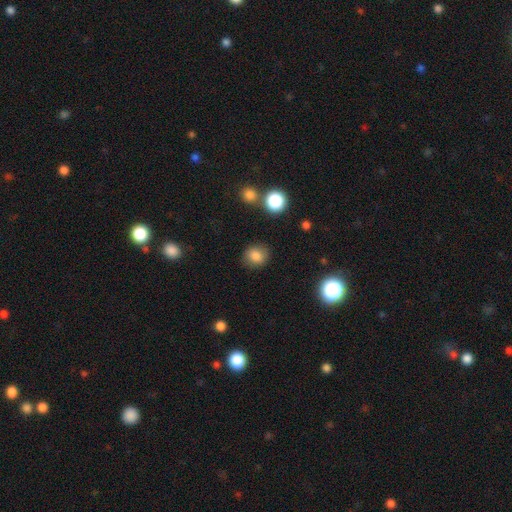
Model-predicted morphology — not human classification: Smooth or featured: smooth — 82% (star or artifact — 12%)
How rounded: round — 74% (in between — 25%)
Merging: none — 82% (minor disturbance — 12%)